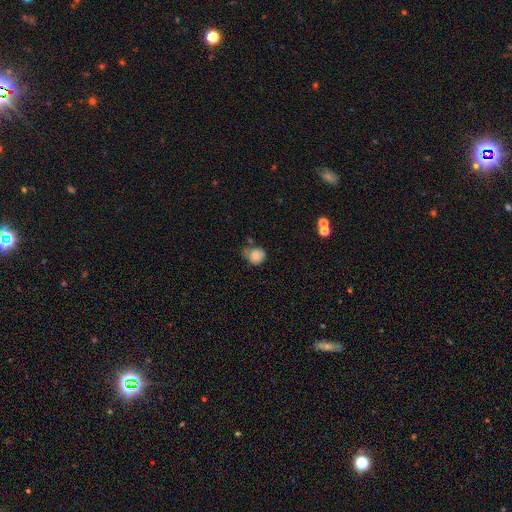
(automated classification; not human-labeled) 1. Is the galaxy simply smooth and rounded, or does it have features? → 80% smooth, 10% featured or disk, 9% star or artifact.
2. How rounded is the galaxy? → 80% round, 19% in between, 1% cigar-shaped.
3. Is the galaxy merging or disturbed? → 48% none, 32% minor disturbance, 10% merger, 10% major disturbance.